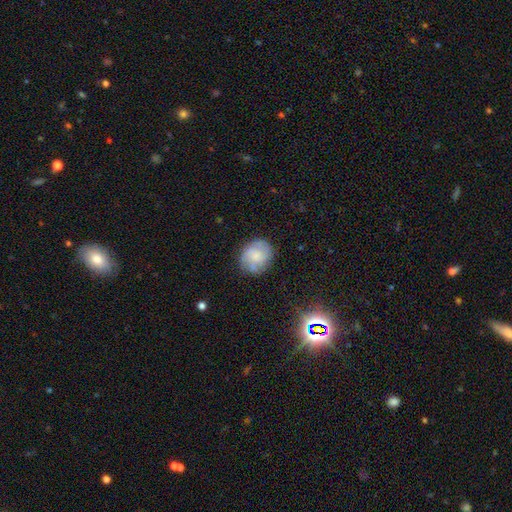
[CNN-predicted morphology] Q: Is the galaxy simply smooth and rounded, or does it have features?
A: smooth — 53%.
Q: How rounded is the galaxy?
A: round — 72%.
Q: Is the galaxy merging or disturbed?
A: none — 73%.